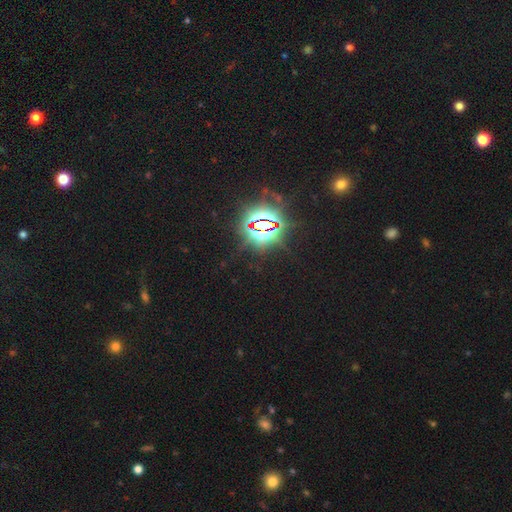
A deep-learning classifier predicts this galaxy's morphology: This appears to be a star or artifact, not a galaxy (84%).